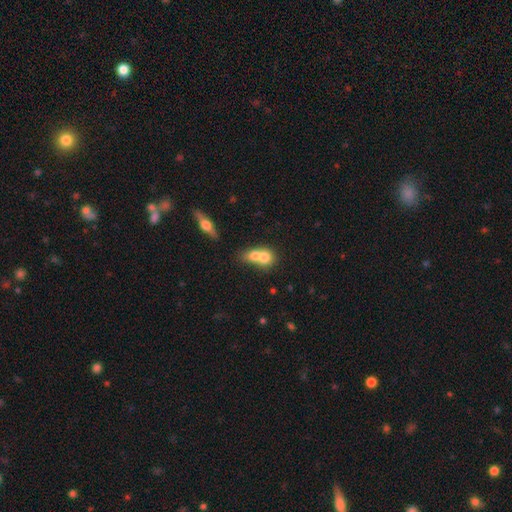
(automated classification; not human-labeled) Smooth or featured? smooth (69%)
How rounded? round (51%)
Merging? merger (72%)